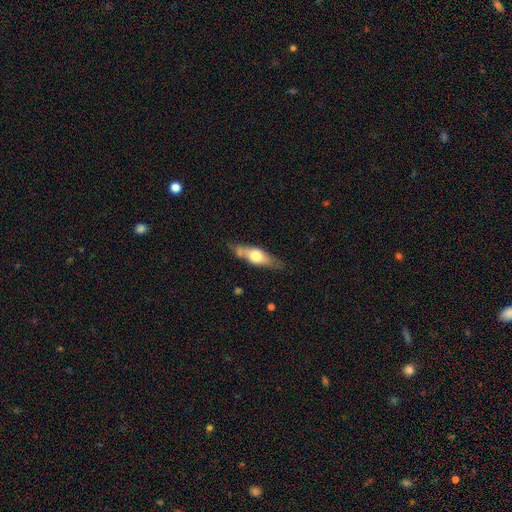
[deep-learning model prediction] Smooth or featured? Predicted: smooth (p=0.49). Merging? Predicted: none (p=0.67).